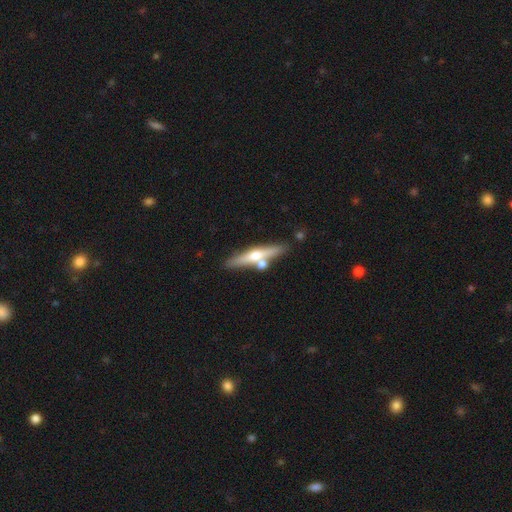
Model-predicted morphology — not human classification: Smooth or featured: featured or disk — 57% (smooth — 37%)
Edge-on disk: yes — 94% (no — 6%)
Edge-on bulge: rounded — 91% (none — 6%)
Merging: none — 72% (merger — 15%)